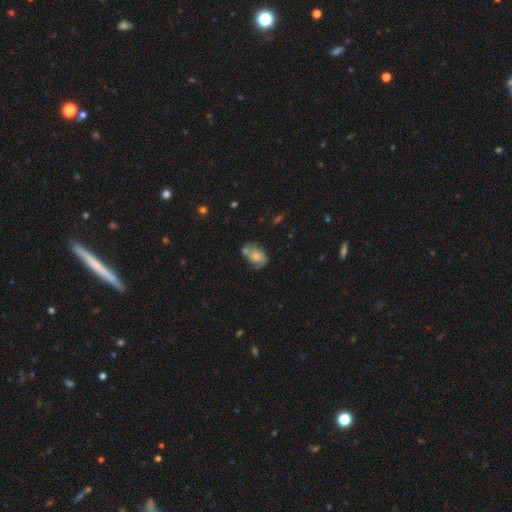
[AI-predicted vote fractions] Q: Smooth or featured?
A: featured or disk (49%); runner-up: smooth (42%)
Q: Merging?
A: none (42%); runner-up: minor disturbance (26%)